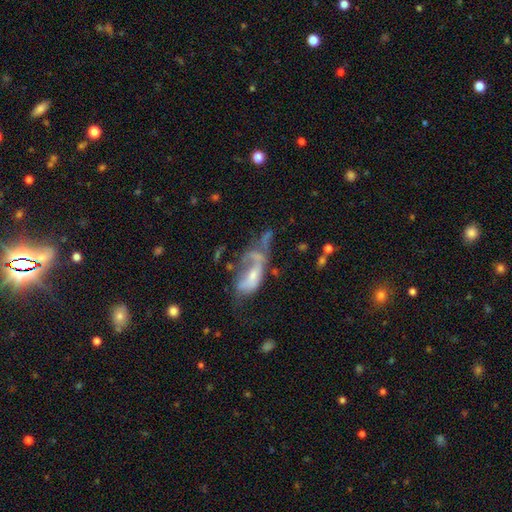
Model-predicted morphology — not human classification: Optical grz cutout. It shows a featured or disk galaxy (57%) with no bar (66%), no spiral arms (56%) and a small central bulge (44%). Merging: major disturbance (45%).